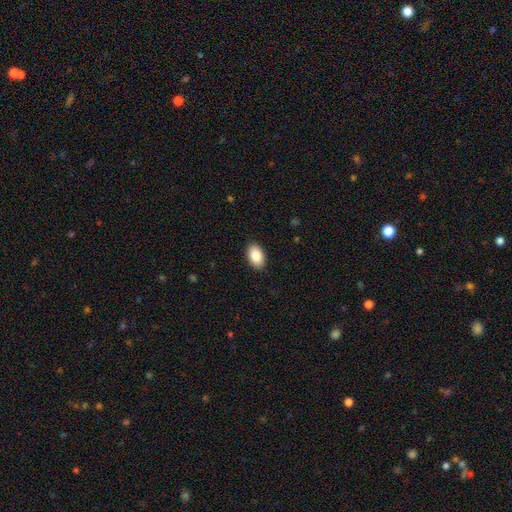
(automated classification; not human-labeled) A smooth galaxy with no disk features (87%) that is in between round and cigar-shaped (93%).

Vote fractions:
- Smooth or featured? smooth: 87% / star or artifact: 7% / featured or disk: 6%
- How rounded? in between: 93% / round: 6% / cigar-shaped: 1%
- Merging? none: 90% / minor disturbance: 8% / major disturbance: 2% / merger: 1%